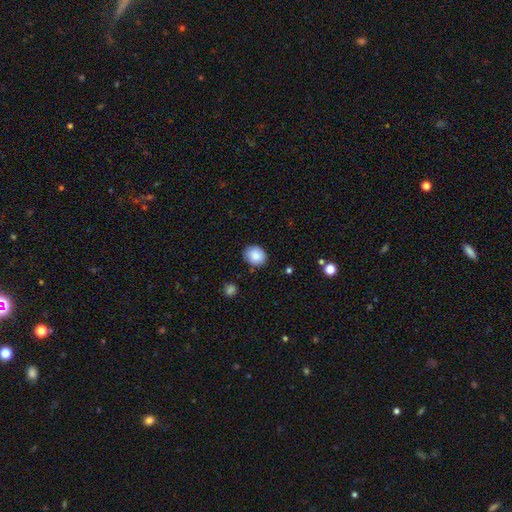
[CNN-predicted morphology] type=smooth (87%); roundness=round (64%); merging=none (81%).